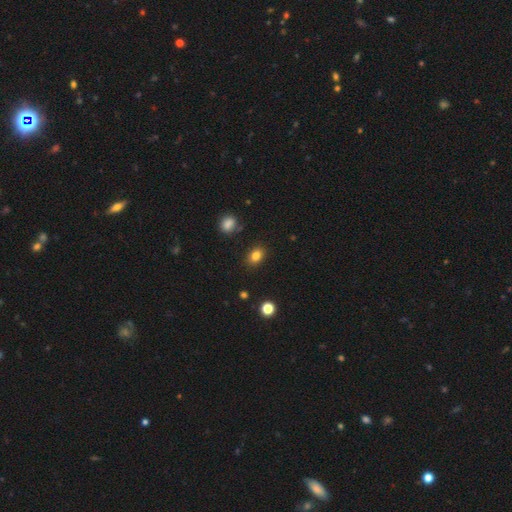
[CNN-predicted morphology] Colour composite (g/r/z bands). It shows a smooth galaxy with no disk features (83%) that is in between round and cigar-shaped (71%). Merging: none (87%).